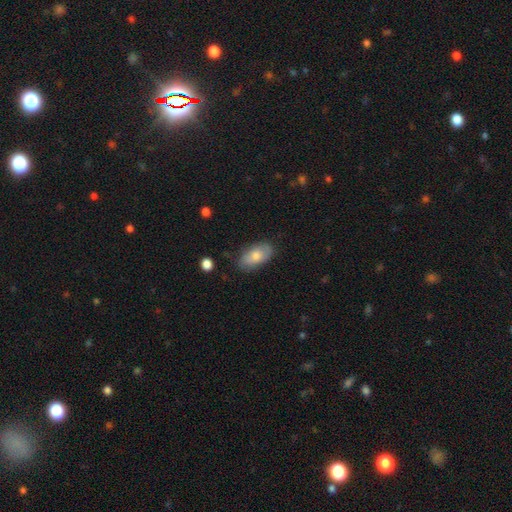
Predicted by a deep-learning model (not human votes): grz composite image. It shows a smooth galaxy with no disk features (69%) that is in between round and cigar-shaped (91%). Merging: none (80%).